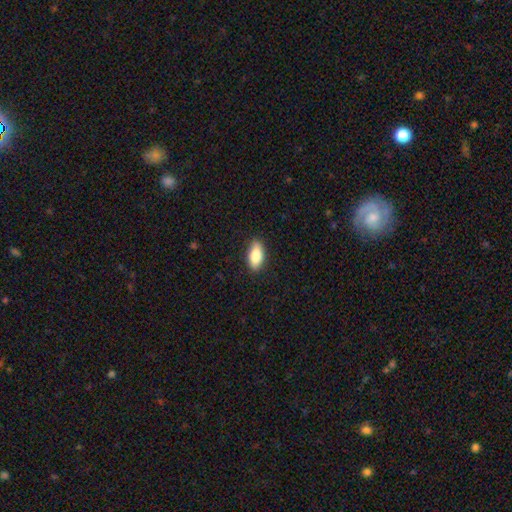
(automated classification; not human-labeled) Smooth or featured: smooth — 81% (featured or disk — 13%)
How rounded: in between — 87% (cigar-shaped — 9%)
Merging: none — 87% (minor disturbance — 10%)